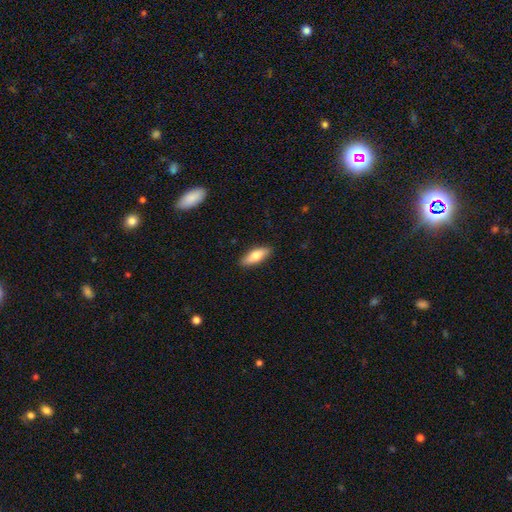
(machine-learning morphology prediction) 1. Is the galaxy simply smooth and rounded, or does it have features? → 74% smooth, 20% featured or disk, 6% star or artifact.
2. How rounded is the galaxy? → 67% in between, 30% cigar-shaped, 2% round.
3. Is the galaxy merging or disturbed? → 88% none, 9% minor disturbance, 2% major disturbance, 1% merger.